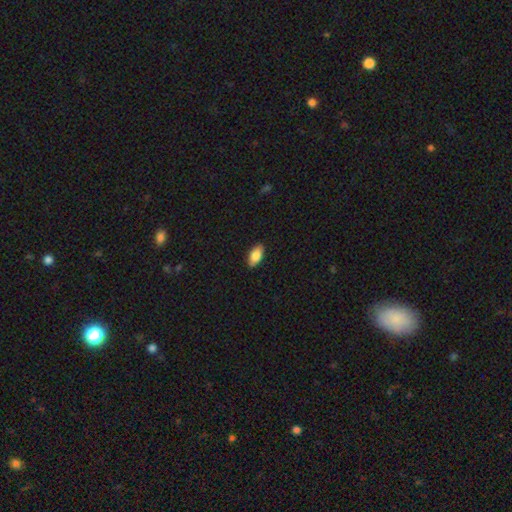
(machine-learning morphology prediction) Overall: smooth (86%). How rounded: in between (92%). Merging: none (89%).